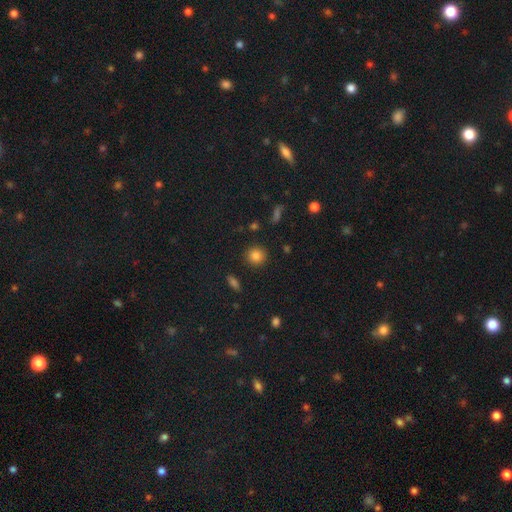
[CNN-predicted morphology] A smooth galaxy with no disk features (83%) that is round (90%). Merging: none (90%).